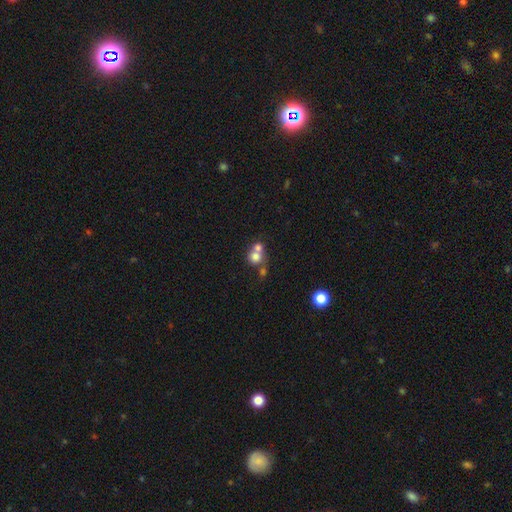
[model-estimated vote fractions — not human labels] Overall: smooth (74%). How rounded: round (84%). Merging: merger (57%; none 34%).